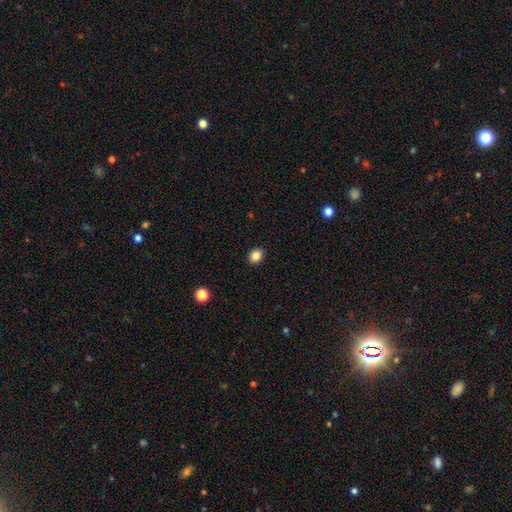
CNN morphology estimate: type=smooth (86%); roundness=in between (55%); merging=none (91%).